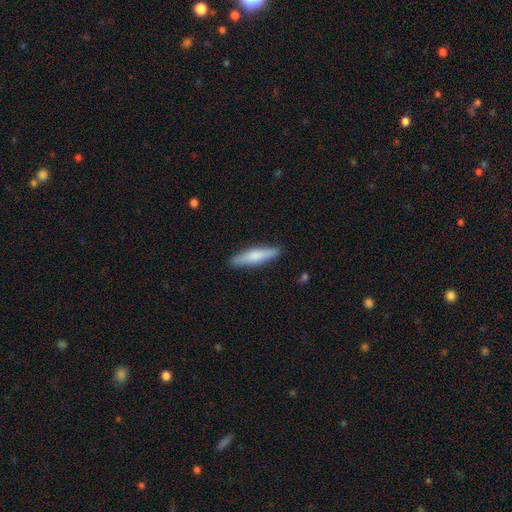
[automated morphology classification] Overall: smooth (70%). How rounded: cigar-shaped (81%). Merging: none (89%).